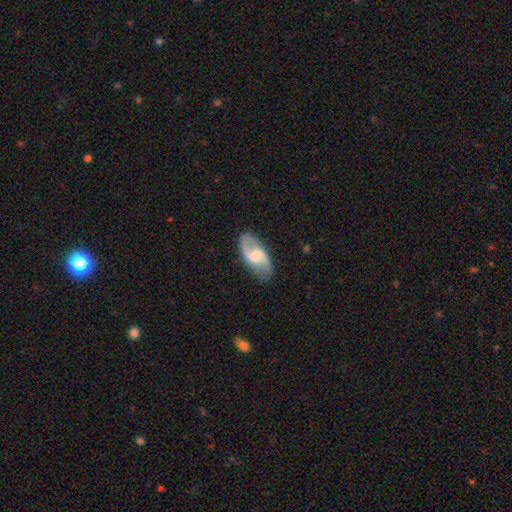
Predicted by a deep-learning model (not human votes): A featured or disk galaxy (77%) with a weak bar (55%), 2 (91%) loose (56%) spiral arms (93%) and a moderate central bulge (41%).

Vote fractions:
- Smooth or featured? featured or disk: 77% / smooth: 18% / star or artifact: 5%
- Edge-on disk? no: 96% / yes: 4%
- Bar? weak: 55% / no: 26% / strong: 18%
- Spiral arms? yes: 93% / no: 7%
- Spiral winding? loose: 56% / medium: 36% / tight: 9%
- Spiral arm count? 2: 91% / can't tell: 4% / 1: 3% / 3: 1% / 4: 1% / more than 4: 1%
- Bulge size? moderate: 41% / small: 34% / none: 15% / large: 9% / dominant: 1%
- Merging? none: 80% / minor disturbance: 14% / major disturbance: 5% / merger: 1%